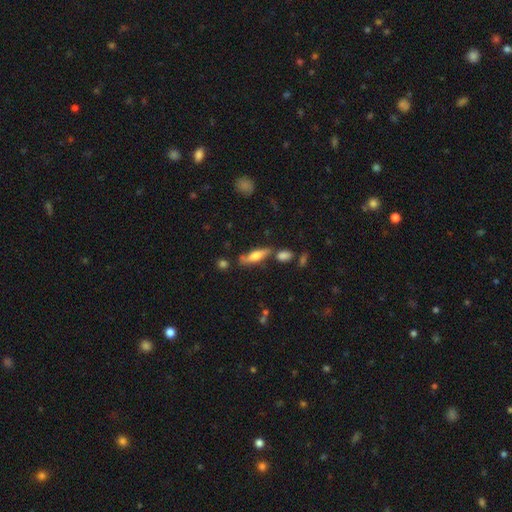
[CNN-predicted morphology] The model was most divided on "smooth or featured": smooth: 56%, featured or disk: 37%, star or artifact: 7%. More confident: merging — none (67%); how rounded — cigar-shaped (58%).